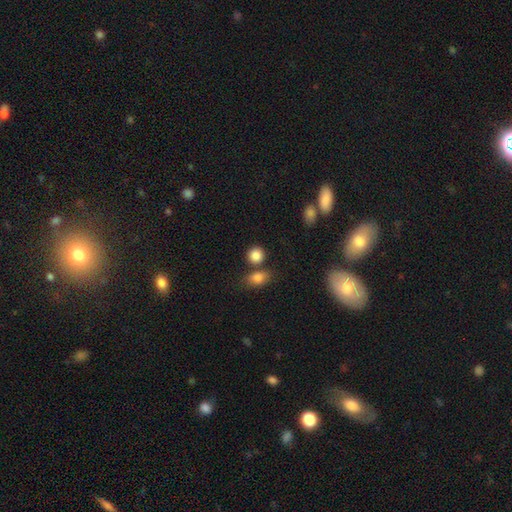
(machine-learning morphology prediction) Smooth or featured: smooth — 85% (star or artifact — 9%)
How rounded: round — 81% (in between — 17%)
Merging: none — 68% (merger — 18%)